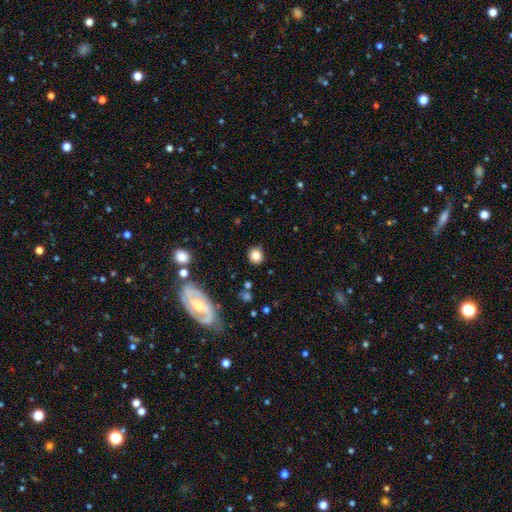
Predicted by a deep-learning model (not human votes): This appears to be a smooth galaxy with no disk features (81%) that is round (84%). Merging: none (84%).